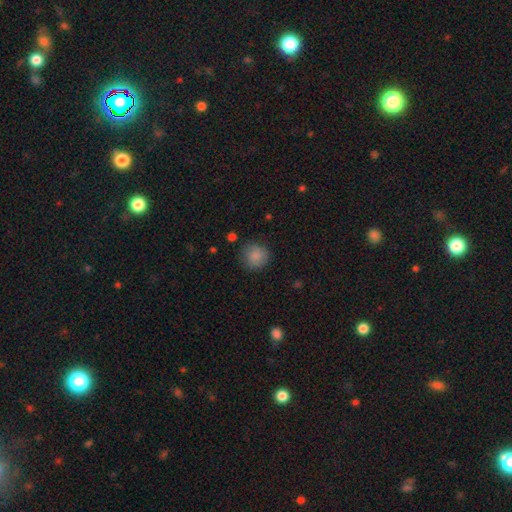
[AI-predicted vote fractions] Overall: smooth (86%). How rounded: round (91%). Merging: none (83%).